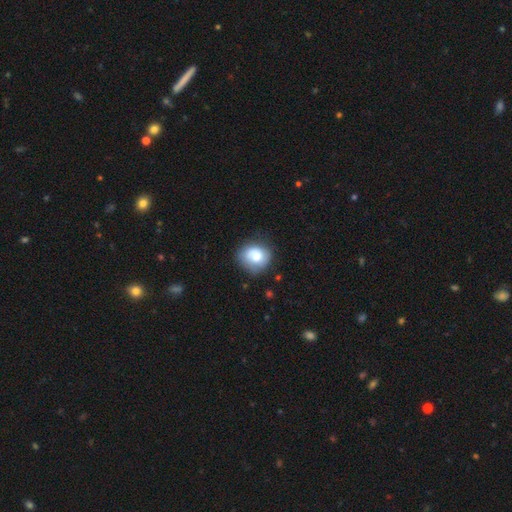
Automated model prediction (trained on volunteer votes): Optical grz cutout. It shows a smooth galaxy with no disk features (74%) that is round (75%). Merging: none (63%).